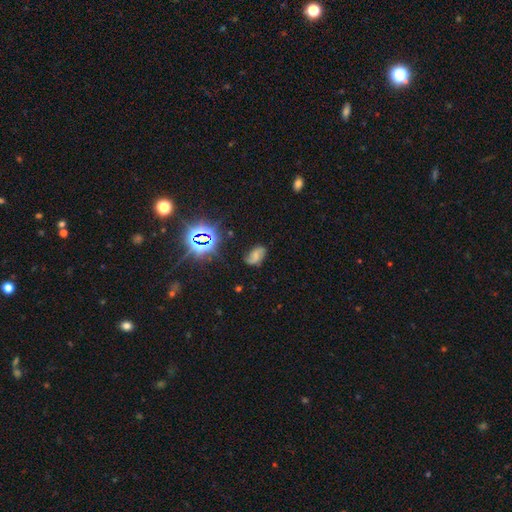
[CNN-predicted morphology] This appears to be a featured or disk galaxy (49%). Merging: none (69%).